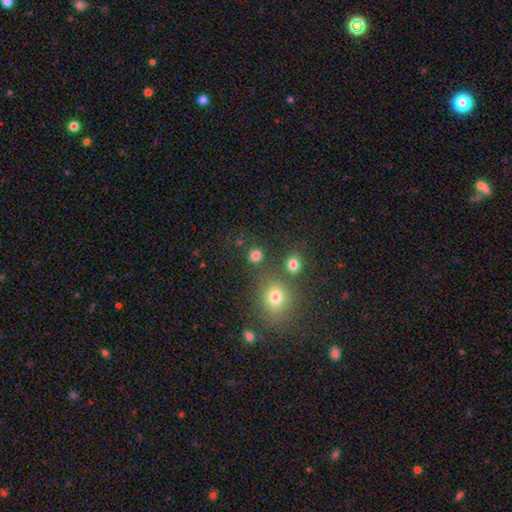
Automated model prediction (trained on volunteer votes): Smooth or featured: smooth — 80% (star or artifact — 16%)
How rounded: round — 89% (in between — 10%)
Merging: none — 78% (merger — 10%)